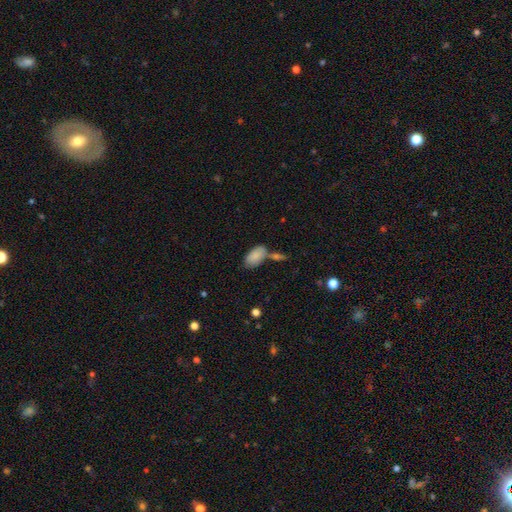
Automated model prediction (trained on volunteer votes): Smooth or featured: smooth — 86% (featured or disk — 7%)
How rounded: in between — 94% (round — 3%)
Merging: none — 50% (merger — 28%)